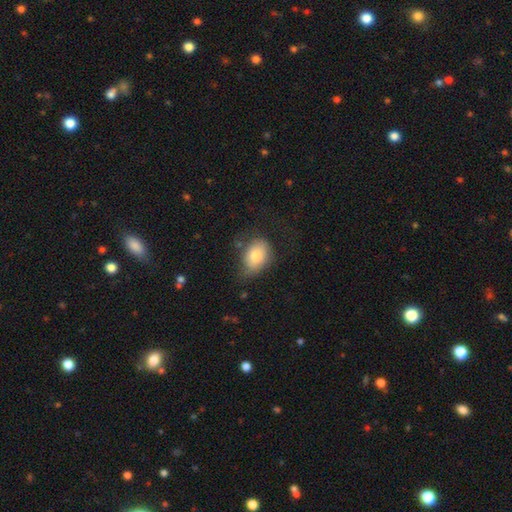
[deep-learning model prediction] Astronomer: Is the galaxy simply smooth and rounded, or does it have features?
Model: smooth — 79%.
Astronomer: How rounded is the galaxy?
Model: in between — 74%.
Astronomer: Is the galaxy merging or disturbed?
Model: none — 56% (runner-up: minor disturbance, 32%).